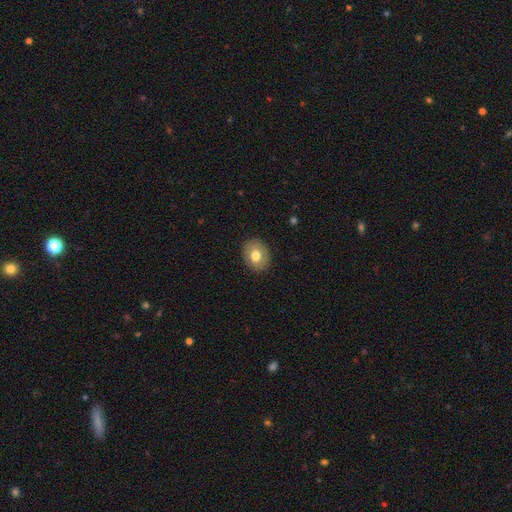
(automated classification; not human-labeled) Smooth or featured?
  - smooth: 75% *
  - featured or disk: 17%
  - star or artifact: 8%
How rounded?
  - in between: 50% * (tied)
  - round: 50% * (tied)
  - cigar-shaped: 1%
Merging?
  - none: 89% *
  - minor disturbance: 8%
  - major disturbance: 2%
  - merger: 1%